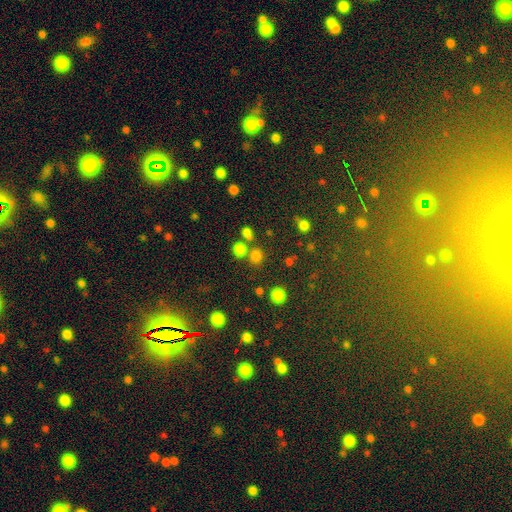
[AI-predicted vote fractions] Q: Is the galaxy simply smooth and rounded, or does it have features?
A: smooth — 75%.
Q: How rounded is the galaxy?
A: round — 80%.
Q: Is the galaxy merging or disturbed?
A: none — 70%.